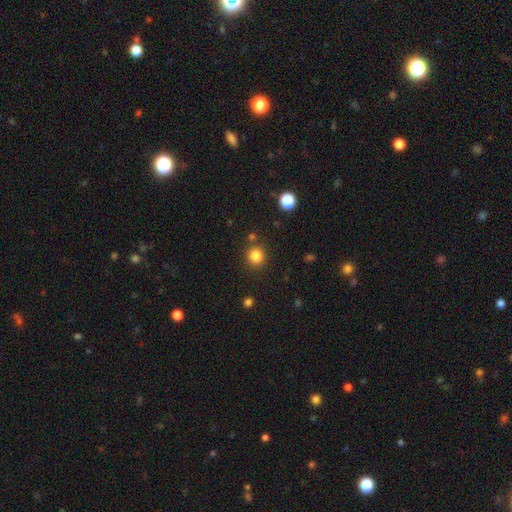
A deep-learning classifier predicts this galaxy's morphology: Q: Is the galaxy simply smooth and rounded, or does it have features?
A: smooth — 84%.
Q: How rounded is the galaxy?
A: round — 90%.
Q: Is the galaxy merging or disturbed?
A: none — 86%.